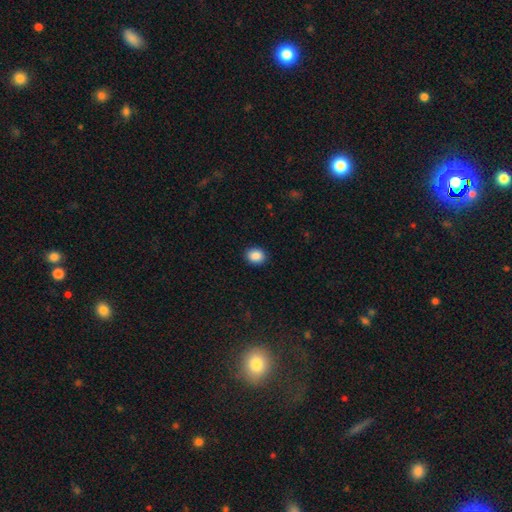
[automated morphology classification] Smooth or featured: smooth — 89% (star or artifact — 8%)
How rounded: round — 53% (in between — 46%)
Merging: none — 91% (minor disturbance — 6%)